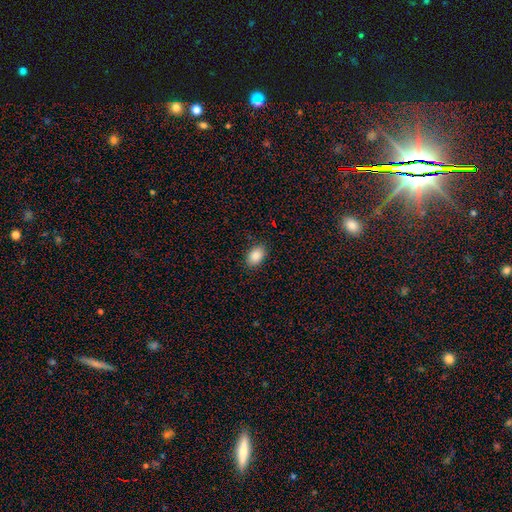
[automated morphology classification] smooth 88%, star or artifact 8%, featured or disk 4%. Down the decision tree: how rounded — in between (87%); merging — none (88%).